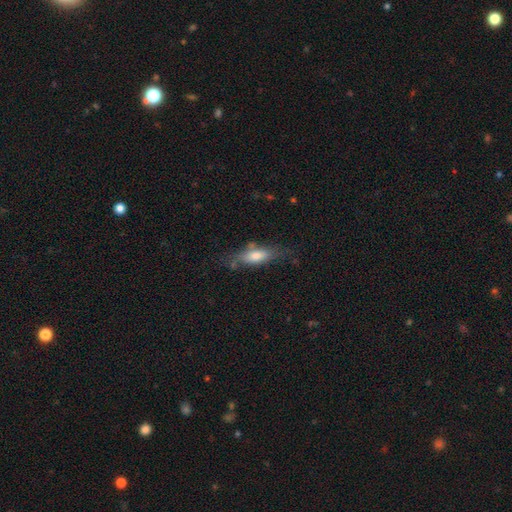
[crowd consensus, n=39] smooth_or_featured: smooth (p=0.77) [alt: featured or disk p=0.15]
how_rounded: cigar-shaped (p=0.53) [alt: in between p=0.47]
merging: none (p=0.67) [alt: minor disturbance p=0.17]